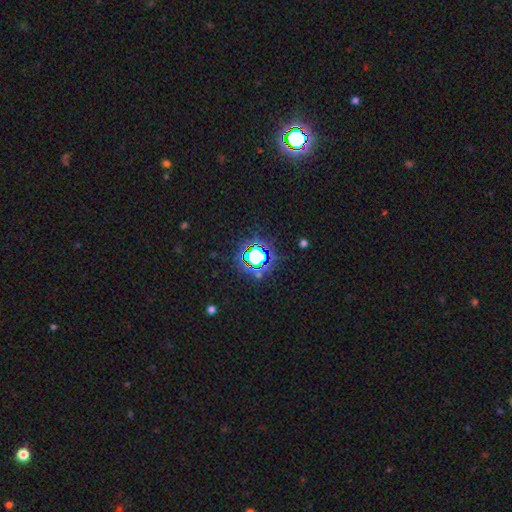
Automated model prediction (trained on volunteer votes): Smooth or featured?
  - star or artifact: 71% *
  - smooth: 18%
  - featured or disk: 11%